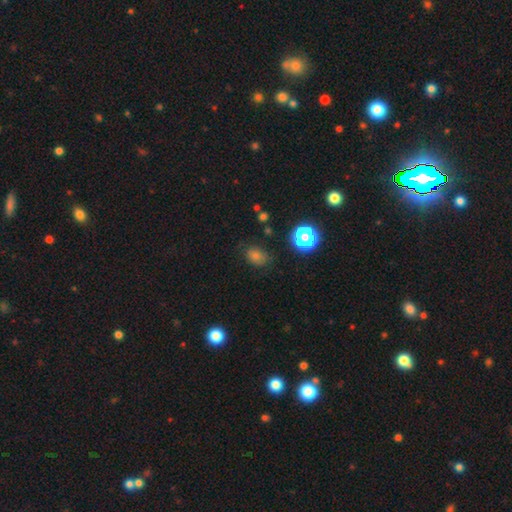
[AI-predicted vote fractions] Morphology: type=smooth (71%); roundness=in between (58%); merging=none (78%).